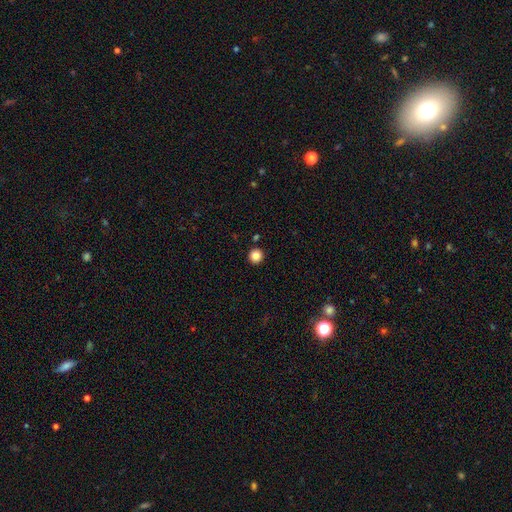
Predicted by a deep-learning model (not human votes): Smooth or featured? smooth (85%)
How rounded? round (96%)
Merging? none (92%)